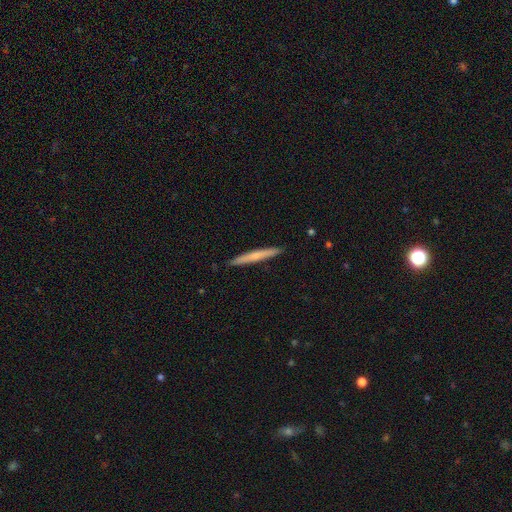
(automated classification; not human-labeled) Smooth or featured? smooth (54%)
How rounded? cigar-shaped (96%)
Merging? none (92%)